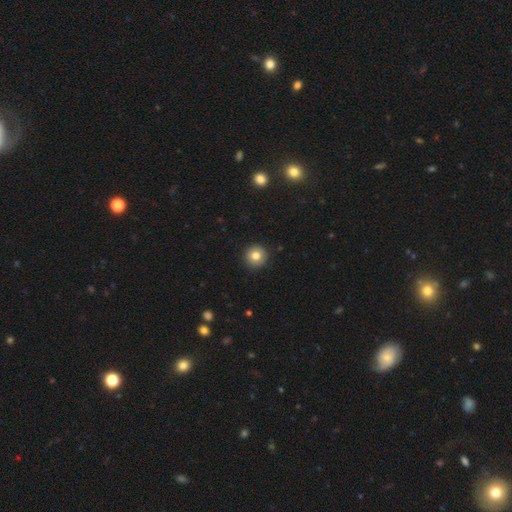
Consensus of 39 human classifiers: smooth 87%, star or artifact 8%, featured or disk 5%. Down the decision tree: how rounded — round (100%); merging — none (89%).